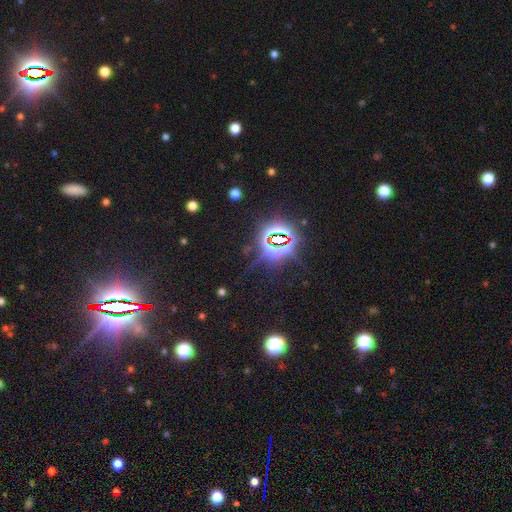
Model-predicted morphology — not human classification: Smooth or featured: star or artifact — 85% (smooth — 9%)